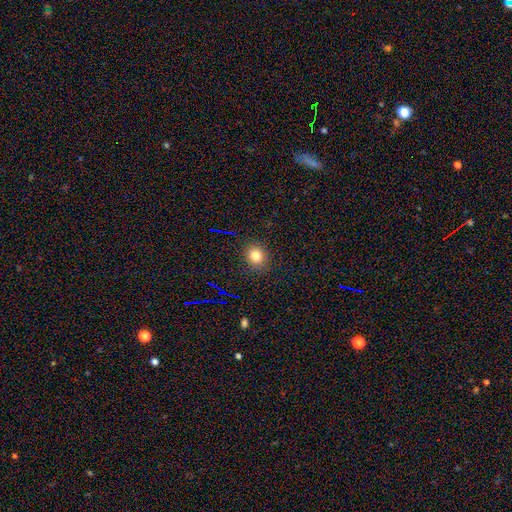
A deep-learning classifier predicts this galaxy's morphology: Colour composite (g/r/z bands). It shows a smooth galaxy with no disk features (78%) that is round (78%). Merging: none (89%).